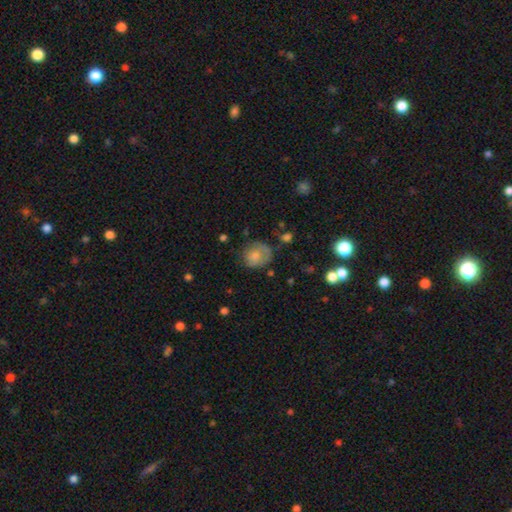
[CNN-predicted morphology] Smooth or featured? smooth (70%)
How rounded? round (76%)
Merging? none (57%)